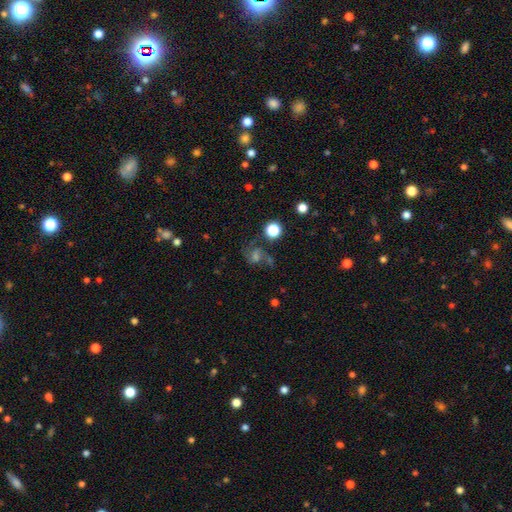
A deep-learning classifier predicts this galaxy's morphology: Smooth or featured? featured or disk (47%)
Merging? none (50%)